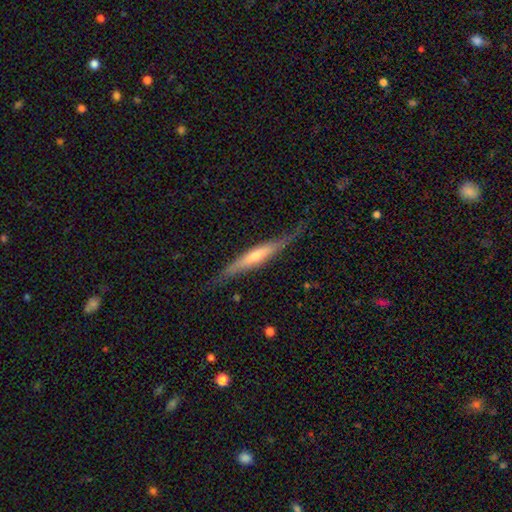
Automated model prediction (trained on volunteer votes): smooth-or-featured: featured or disk: 56% | smooth: 38% | star or artifact: 5%
  disk-edge-on: yes: 89% | no: 11%
  merging: none: 68% | minor disturbance: 23% | major disturbance: 8% | merger: 2%